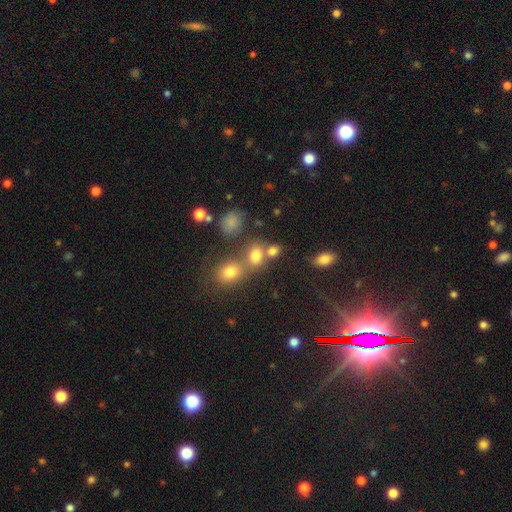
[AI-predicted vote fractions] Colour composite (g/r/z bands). It shows a smooth galaxy with no disk features (73%) that is in between round and cigar-shaped (54%). Merging: none (45%).